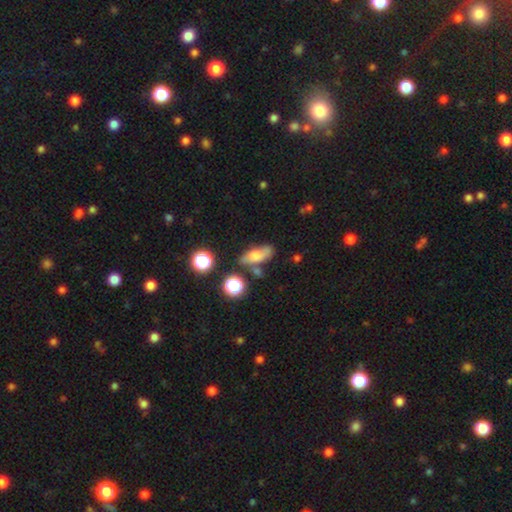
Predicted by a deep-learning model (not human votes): smooth_or_featured: smooth (p=0.58) [alt: featured or disk p=0.29]
how_rounded: in between (p=0.70) [alt: cigar-shaped p=0.19]
merging: none (p=0.60) [alt: minor disturbance p=0.22]